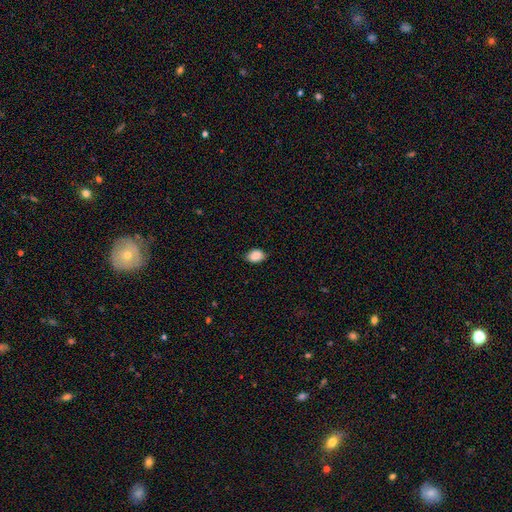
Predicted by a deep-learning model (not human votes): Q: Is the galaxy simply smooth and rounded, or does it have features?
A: smooth — 89%.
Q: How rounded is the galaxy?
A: in between — 80%.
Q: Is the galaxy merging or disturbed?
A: none — 81%.